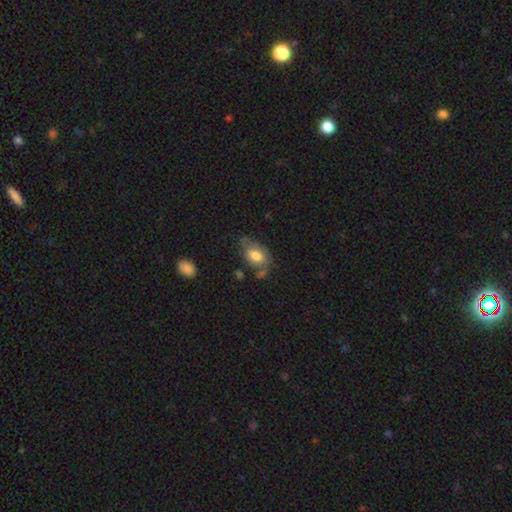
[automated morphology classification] Smooth or featured? smooth (74%)
How rounded? in between (88%)
Merging? none (49%)